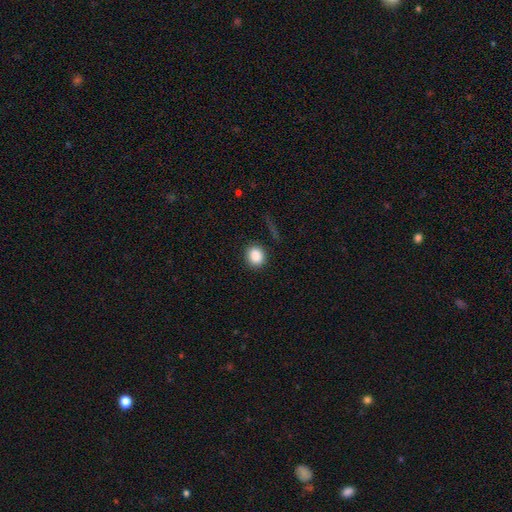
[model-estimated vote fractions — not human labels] Smooth or featured? smooth (88%)
How rounded? round (71%)
Merging? none (86%)